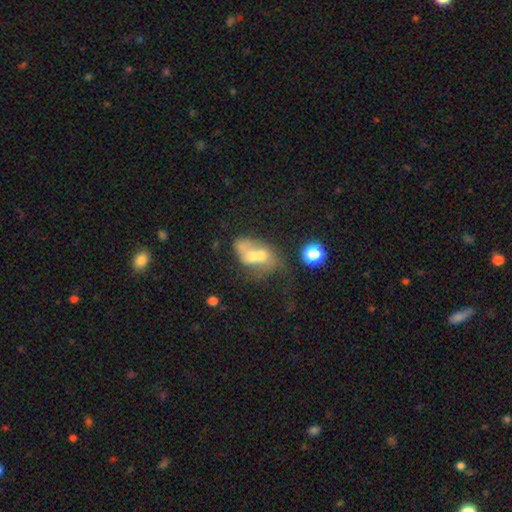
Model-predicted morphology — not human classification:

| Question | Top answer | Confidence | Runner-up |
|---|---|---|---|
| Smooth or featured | smooth | 45% | featured or disk (42%) |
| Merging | merger | 66% | major disturbance (13%) |